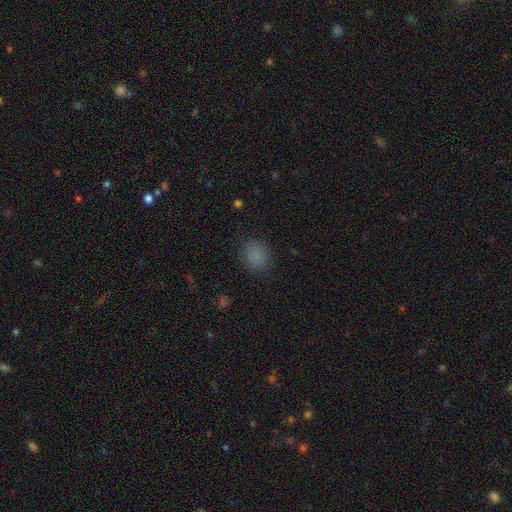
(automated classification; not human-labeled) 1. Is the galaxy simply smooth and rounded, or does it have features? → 82% smooth, 14% star or artifact, 4% featured or disk.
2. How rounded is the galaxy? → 71% round, 28% in between, 1% cigar-shaped.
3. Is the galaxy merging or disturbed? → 84% none, 11% minor disturbance, 4% major disturbance, 1% merger.